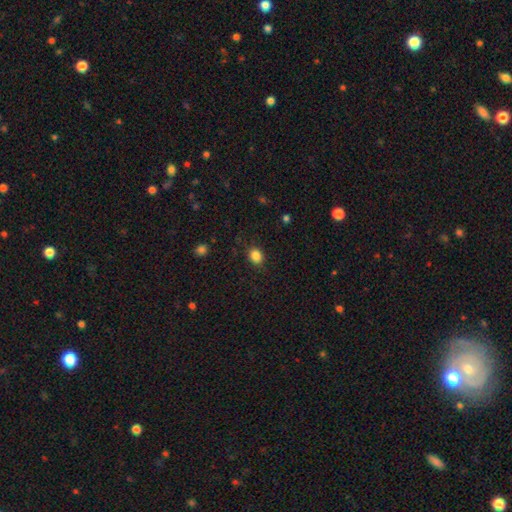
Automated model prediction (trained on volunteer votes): A smooth galaxy with no disk features (85%) that is round (54%).

Vote fractions:
- Smooth or featured? smooth: 85% / star or artifact: 11% / featured or disk: 4%
- How rounded? round: 54% / in between: 45% / cigar-shaped: 1%
- Merging? none: 85% / minor disturbance: 11% / major disturbance: 3% / merger: 1%